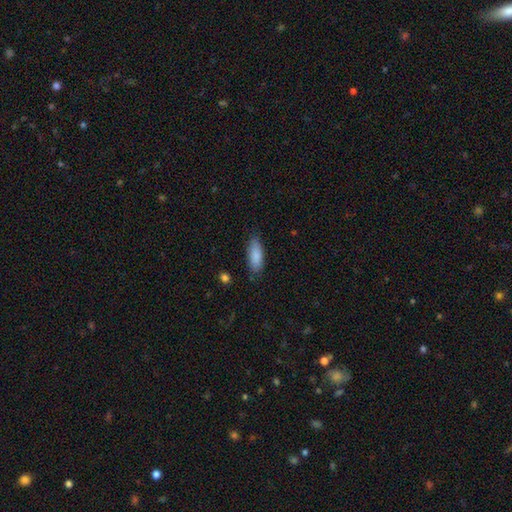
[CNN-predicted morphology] Smooth or featured: smooth — 87% (featured or disk — 7%)
How rounded: in between — 76% (cigar-shaped — 23%)
Merging: none — 82% (minor disturbance — 14%)